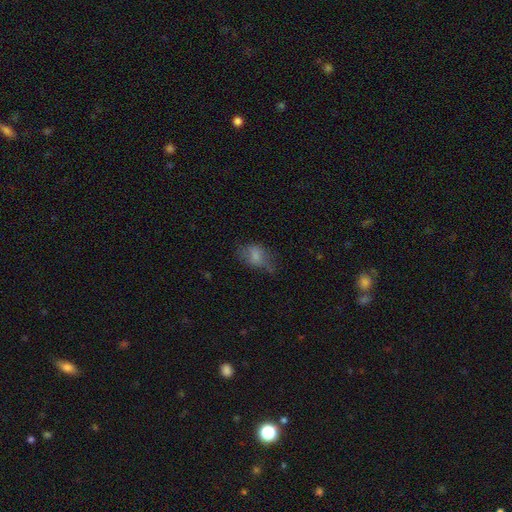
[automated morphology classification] This appears to be a smooth galaxy with no disk features (67%) that is in between round and cigar-shaped (83%). Merging: none (43%).